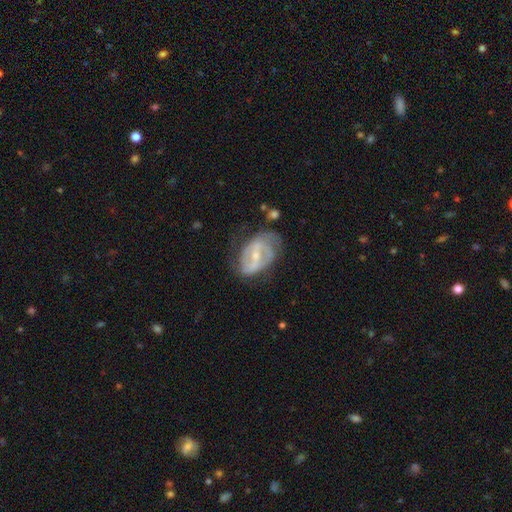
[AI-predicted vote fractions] This appears to be a featured or disk galaxy (81%) with a strong bar (43%), 2 (63%) medium (44%) spiral arms (85%) and a small central bulge (59%). Merging: none (54%).